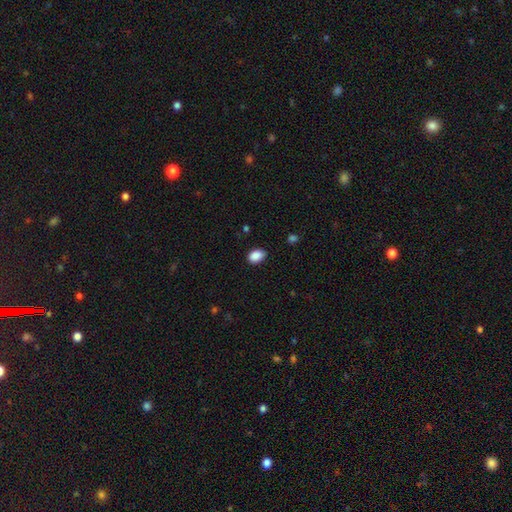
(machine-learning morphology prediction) Q: Smooth or featured?
A: smooth (89%); runner-up: star or artifact (8%)
Q: How rounded?
A: in between (83%); runner-up: round (15%)
Q: Merging?
A: none (81%); runner-up: minor disturbance (15%)